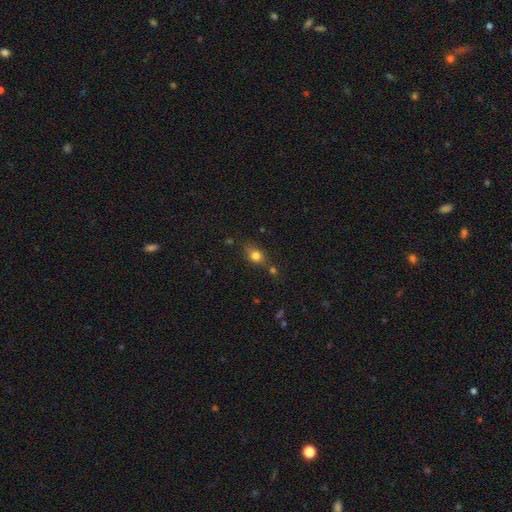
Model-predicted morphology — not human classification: smooth 79%, star or artifact 12%, featured or disk 9%. Down the decision tree: how rounded — round (49%, tied with in between); merging — none (61%).